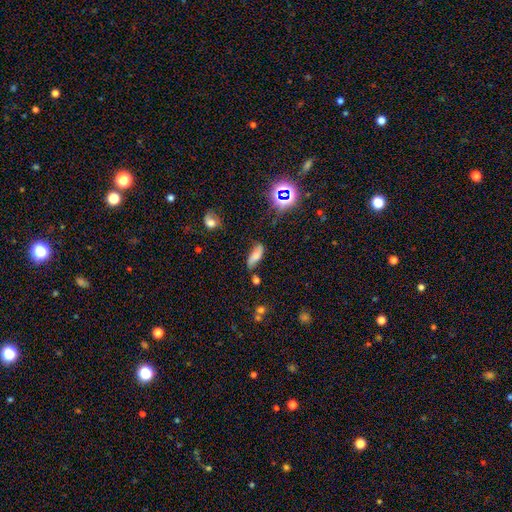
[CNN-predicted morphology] Smooth or featured?
  - smooth: 53% *
  - featured or disk: 33%
  - star or artifact: 15%
How rounded?
  - in between: 68% *
  - cigar-shaped: 28%
  - round: 4%
Merging?
  - none: 60% *
  - minor disturbance: 26%
  - major disturbance: 8%
  - merger: 6%